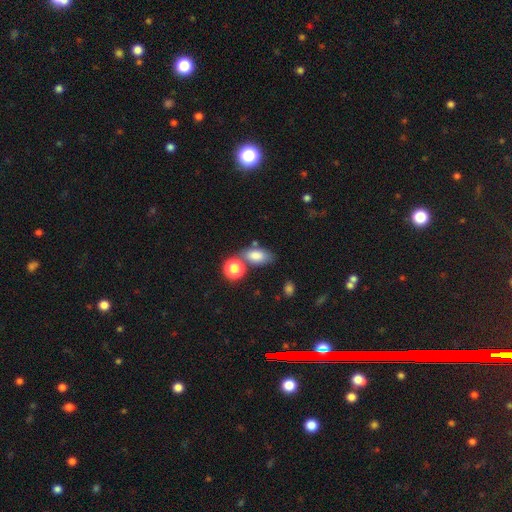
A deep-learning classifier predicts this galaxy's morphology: Q: Smooth or featured?
A: smooth (80%); runner-up: star or artifact (11%)
Q: How rounded?
A: in between (85%); runner-up: round (10%)
Q: Merging?
A: none (58%); runner-up: merger (21%)